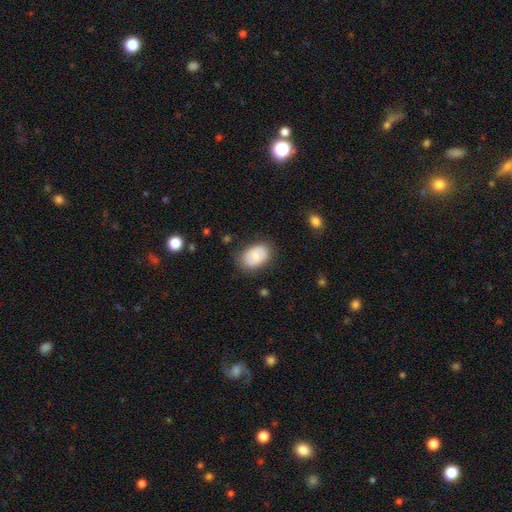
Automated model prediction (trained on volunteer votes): smooth_or_featured: smooth (p=0.68) [alt: featured or disk p=0.25]
how_rounded: in between (p=0.83) [alt: round p=0.16]
merging: none (p=0.78) [alt: minor disturbance p=0.16]